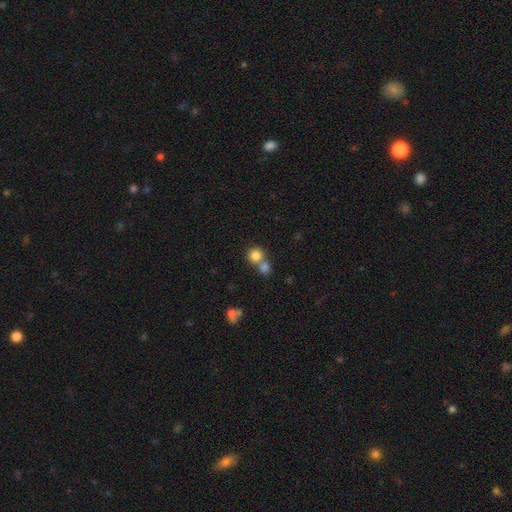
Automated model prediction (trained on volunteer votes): smooth 82%, star or artifact 11%, featured or disk 7%. Down the decision tree: how rounded — round (90%); merging — none (50%).